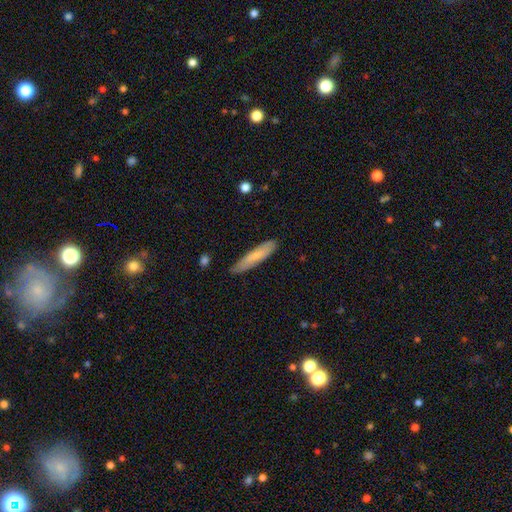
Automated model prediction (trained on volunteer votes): smooth 70%, featured or disk 24%, star or artifact 6%. Down the decision tree: how rounded — cigar-shaped (82%); merging — none (82%).